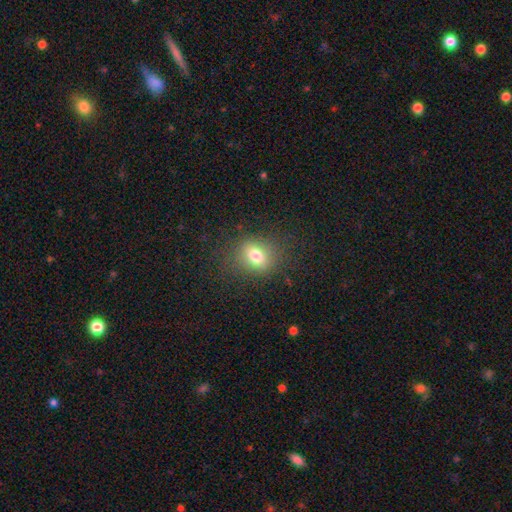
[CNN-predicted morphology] smooth_or_featured: smooth (p=0.75) [alt: star or artifact p=0.14]
how_rounded: round (p=0.53) [alt: in between p=0.46]
merging: none (p=0.81) [alt: minor disturbance p=0.12]